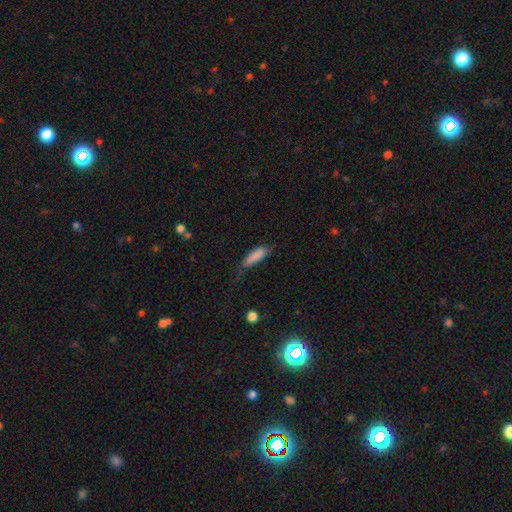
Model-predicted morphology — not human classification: smooth-or-featured: smooth: 83% | featured or disk: 9% | star or artifact: 8%
  how-rounded: cigar-shaped: 56% | in between: 42% | round: 2%
  merging: none: 42% | minor disturbance: 36% | major disturbance: 19% | merger: 3%